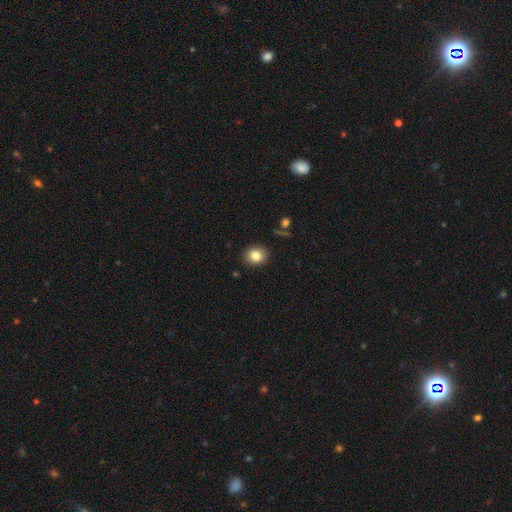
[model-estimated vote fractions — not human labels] This appears to be a smooth galaxy with no disk features (83%) that is round (69%). Merging: none (89%).